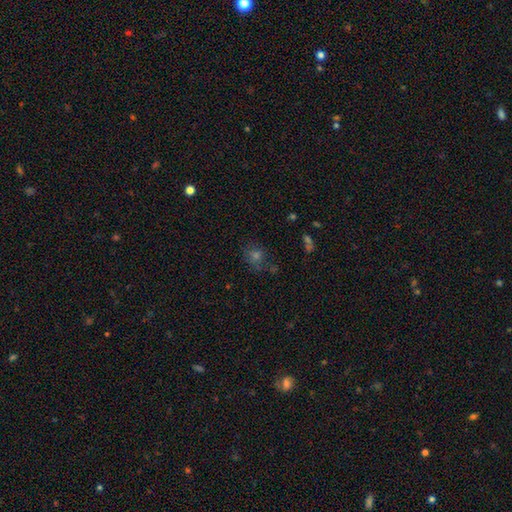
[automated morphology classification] Smooth or featured: smooth — 54% (star or artifact — 31%)
How rounded: round — 75% (in between — 23%)
Merging: none — 69% (minor disturbance — 17%)